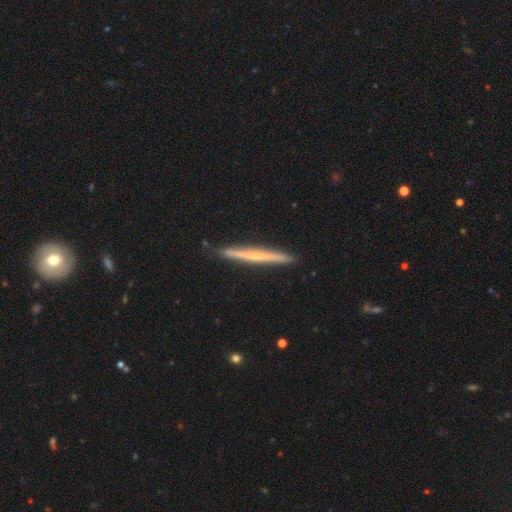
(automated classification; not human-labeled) This is likely a featured or disk galaxy (61%). It is clearly viewed edge-on (98%). Edge-on bulge: likely none (64%). Merging: clearly none (91%).